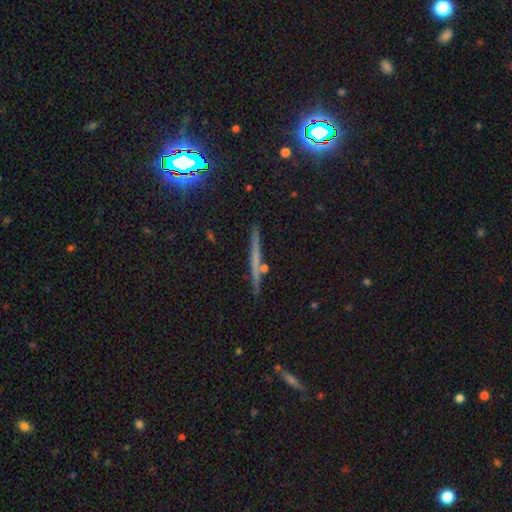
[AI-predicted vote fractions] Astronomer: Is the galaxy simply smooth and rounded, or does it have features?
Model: featured or disk — 47% (runner-up: smooth, 34%).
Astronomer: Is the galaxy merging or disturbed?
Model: none — 87%.